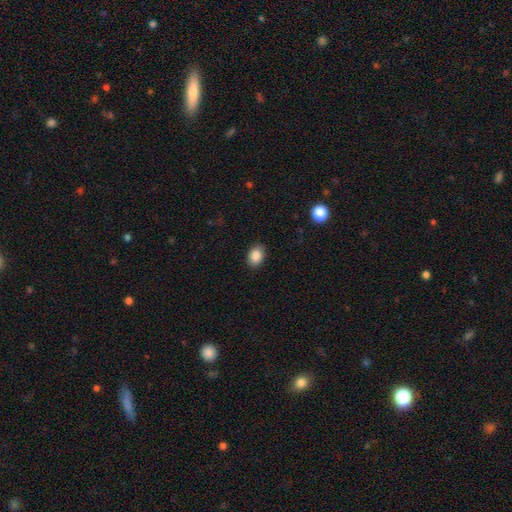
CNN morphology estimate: This is clearly a smooth galaxy (88%). How rounded: likely in between (71%). Merging: clearly none (88%).